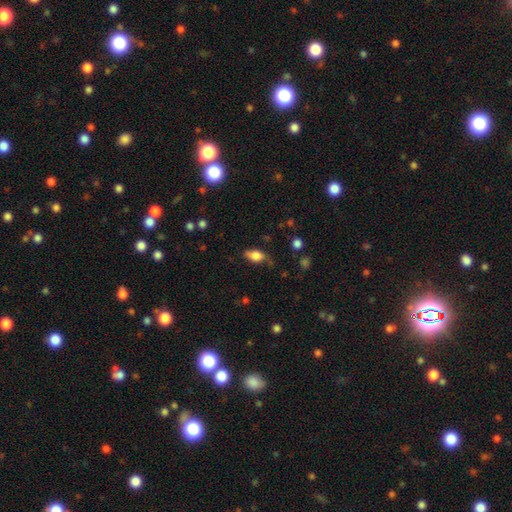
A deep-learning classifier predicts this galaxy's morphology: The model was most divided on "merging": none: 59%, minor disturbance: 29%, major disturbance: 9%, merger: 2%. More confident: how rounded — in between (86%); smooth or featured — smooth (76%).